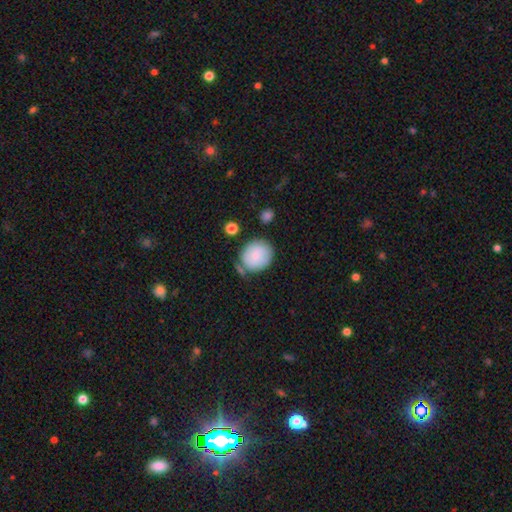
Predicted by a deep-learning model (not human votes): smooth 76%, featured or disk 17%, star or artifact 7%. Down the decision tree: how rounded — round (75%); merging — none (64%).